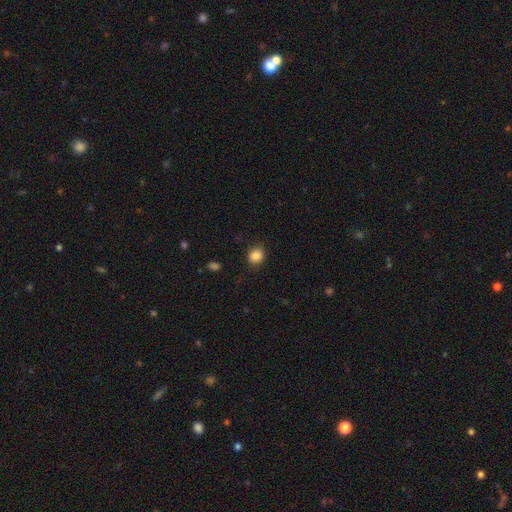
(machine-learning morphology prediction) smooth-or-featured: smooth: 86% | star or artifact: 10% | featured or disk: 4%
  how-rounded: round: 72% | in between: 27% | cigar-shaped: 1%
  merging: none: 86% | minor disturbance: 10% | major disturbance: 3% | merger: 1%